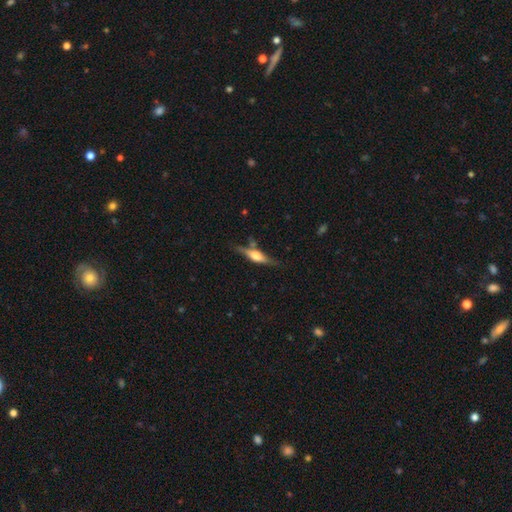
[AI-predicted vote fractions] This is likely a featured or disk galaxy (63%). It is clearly viewed edge-on (95%). Edge-on bulge: clearly rounded (84%). Merging: likely none (74%).